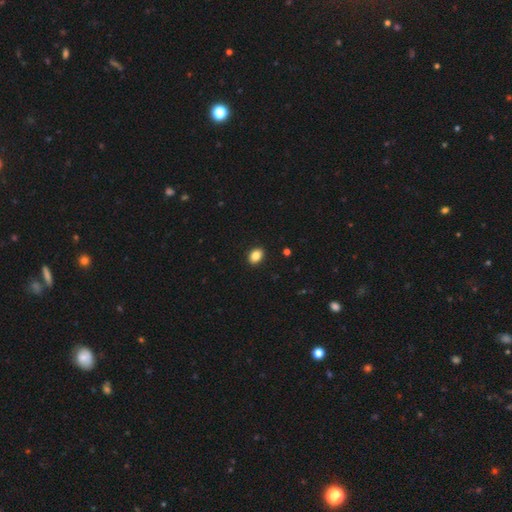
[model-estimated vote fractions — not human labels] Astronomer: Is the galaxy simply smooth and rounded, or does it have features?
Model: smooth — 86%.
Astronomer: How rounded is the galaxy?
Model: in between — 68%.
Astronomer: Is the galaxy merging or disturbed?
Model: none — 91%.